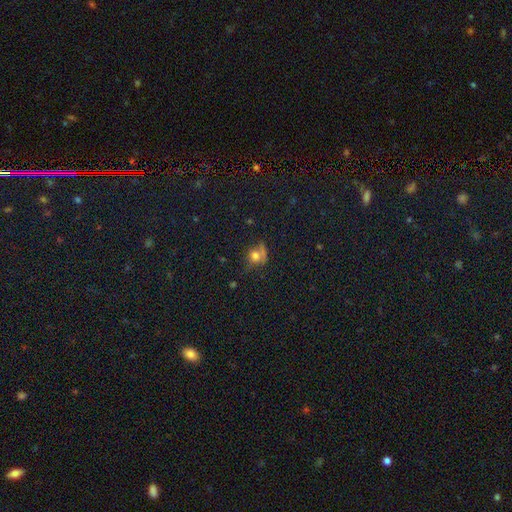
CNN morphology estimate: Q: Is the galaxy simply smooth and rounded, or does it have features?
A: smooth — 65%.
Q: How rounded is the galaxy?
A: round — 73%.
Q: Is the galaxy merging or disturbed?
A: none — 51%.